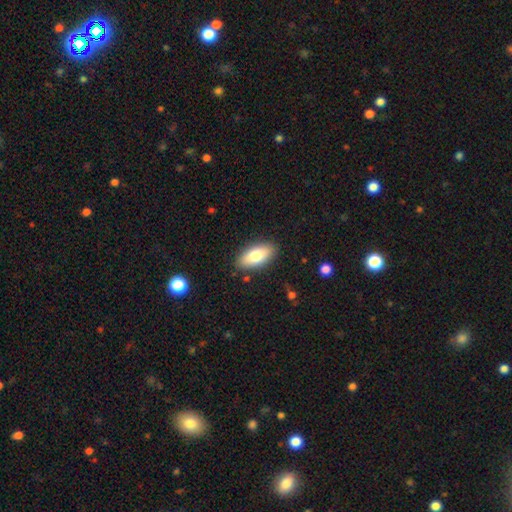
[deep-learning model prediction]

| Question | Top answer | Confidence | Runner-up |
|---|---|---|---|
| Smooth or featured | smooth | 77% | featured or disk (17%) |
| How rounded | in between | 88% | cigar-shaped (10%) |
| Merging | none | 87% | minor disturbance (9%) |